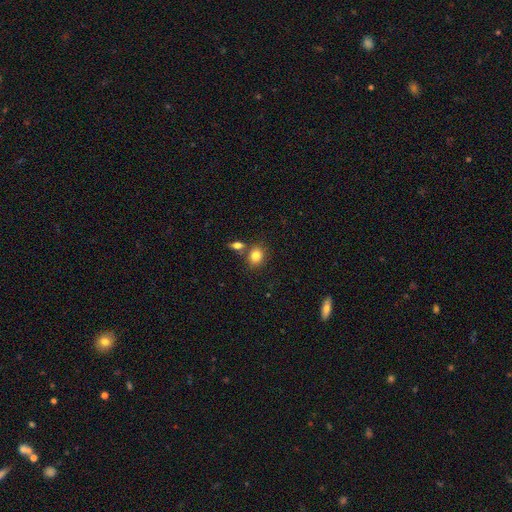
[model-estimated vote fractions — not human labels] Smooth or featured: smooth — 82% (star or artifact — 10%)
How rounded: round — 53% (in between — 46%)
Merging: none — 68% (merger — 18%)